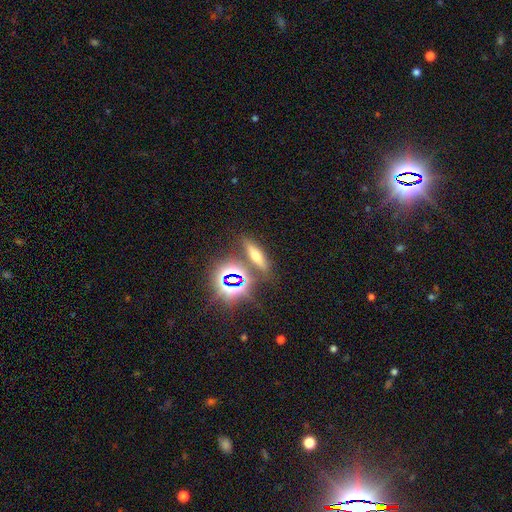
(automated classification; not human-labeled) This is marginally a smooth galaxy (43%). Merging: likely none (79%).